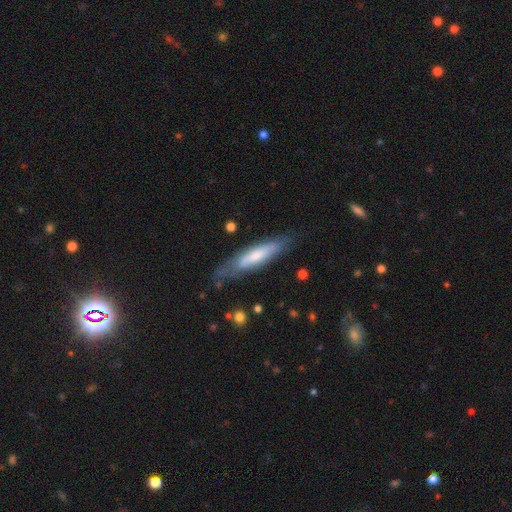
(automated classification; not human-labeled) smooth_or_featured: smooth (p=0.54) [alt: featured or disk p=0.40]
how_rounded: cigar-shaped (p=0.77) [alt: in between p=0.22]
merging: none (p=0.70) [alt: minor disturbance p=0.21]